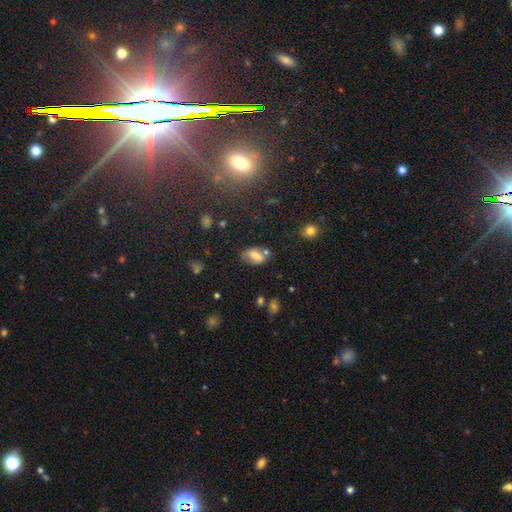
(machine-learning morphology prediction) Smooth or featured? smooth (61%)
How rounded? in between (83%)
Merging? none (53%)